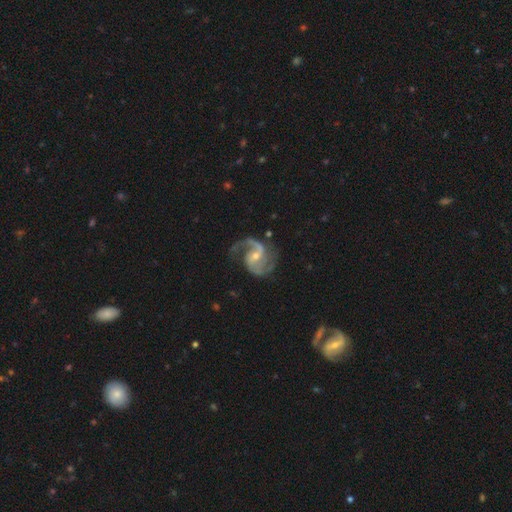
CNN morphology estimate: featured or disk 92%, star or artifact 4%, smooth 4%. Down the decision tree: edge-on disk — no (98%); bar — weak (44%); spiral arms — yes (98%); spiral arm count — 2 (84%); spiral winding — medium (56%); bulge size — small (55%); merging — none (68%).